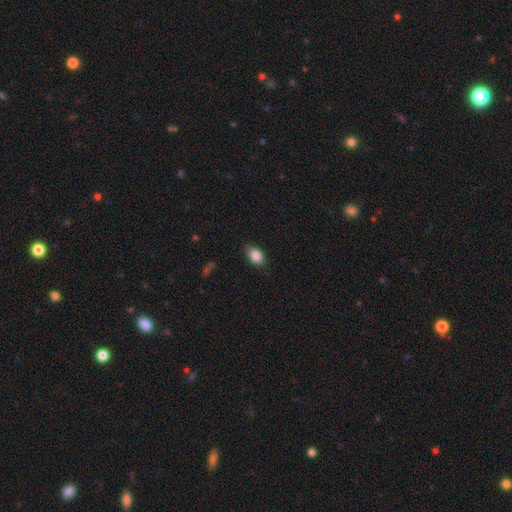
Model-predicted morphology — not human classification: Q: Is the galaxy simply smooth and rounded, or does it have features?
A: smooth — 84%.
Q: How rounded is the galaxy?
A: in between — 83%.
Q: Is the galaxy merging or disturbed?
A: none — 81%.